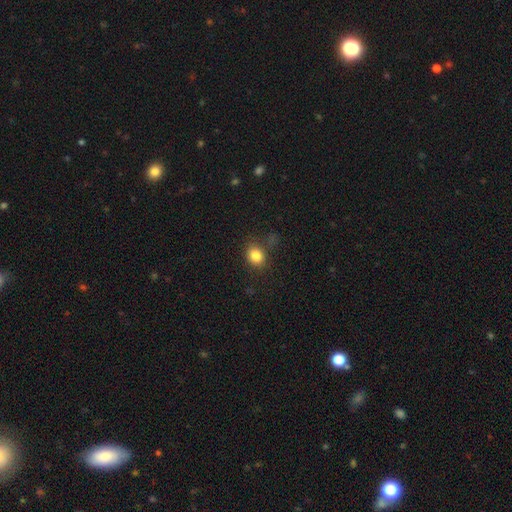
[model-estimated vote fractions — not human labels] Morphology: type=smooth (83%); roundness=round (62%); merging=none (74%).